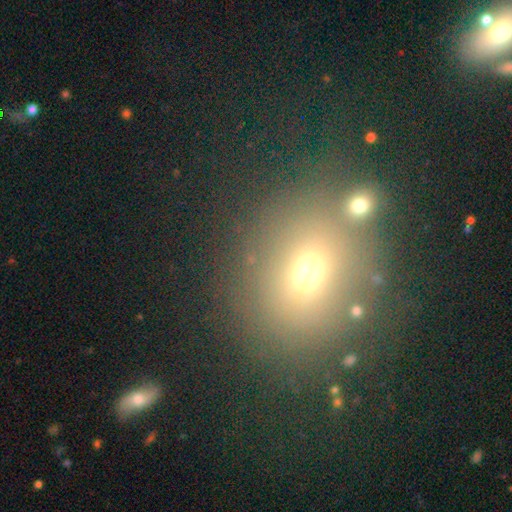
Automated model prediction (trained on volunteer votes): Smooth or featured? smooth (64%)
How rounded? round (70%)
Merging? none (75%)